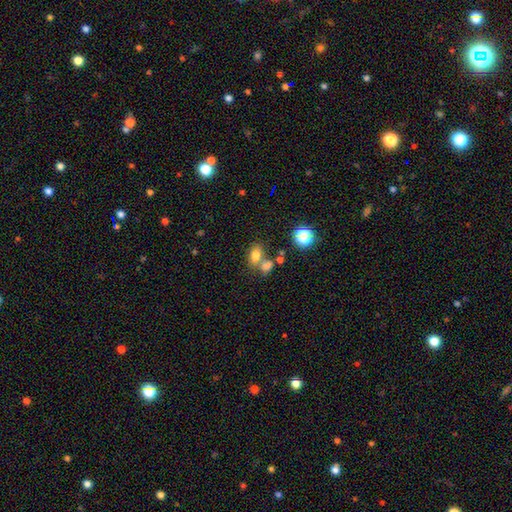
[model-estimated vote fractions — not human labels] This is likely a smooth galaxy (76%). How rounded: clearly in between (83%). Merging: possibly none (45%).